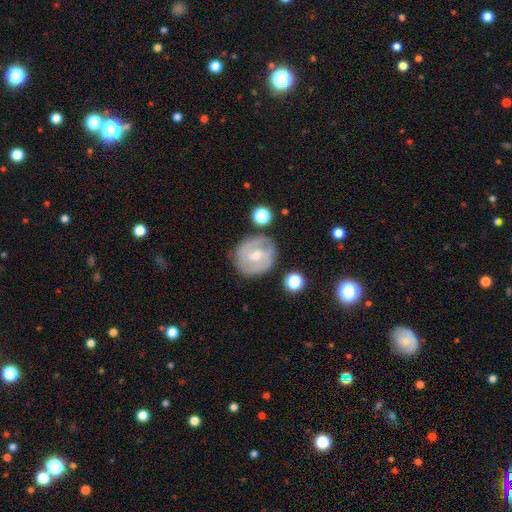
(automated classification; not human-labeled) A featured or disk galaxy (65%) with a weak bar (51%), spiral arms (76%) and a small central bulge (49%). Merging: none (74%).